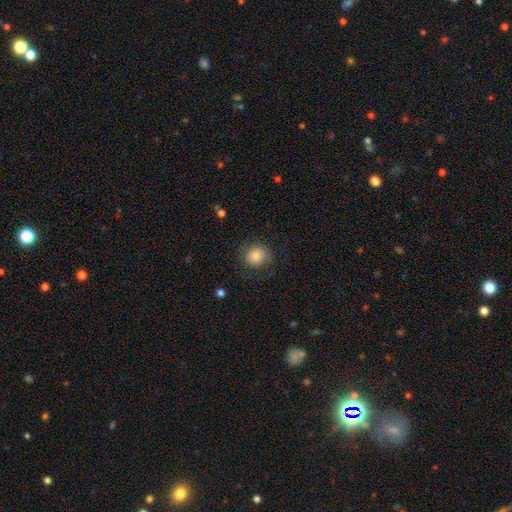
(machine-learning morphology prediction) A smooth galaxy with no disk features (80%) that is round (82%).

Vote fractions:
- Smooth or featured? smooth: 80% / featured or disk: 11% / star or artifact: 9%
- How rounded? round: 82% / in between: 17% / cigar-shaped: 1%
- Merging? none: 76% / minor disturbance: 15% / major disturbance: 8% / merger: 1%